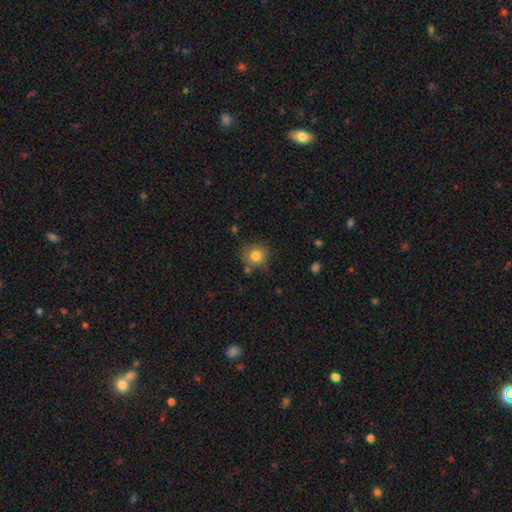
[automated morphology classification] A smooth galaxy with no disk features (81%) that is round (88%). Merging: none (77%).